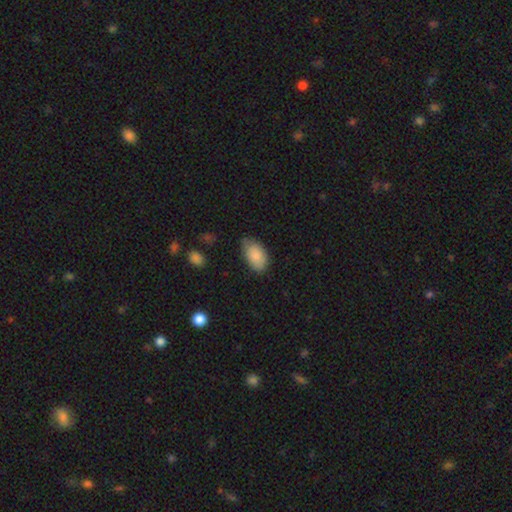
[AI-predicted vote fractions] A smooth galaxy with no disk features (86%) that is in between round and cigar-shaped (93%). Merging: none (67%).